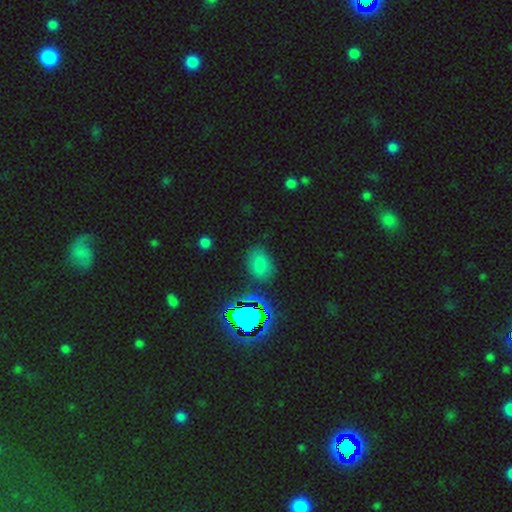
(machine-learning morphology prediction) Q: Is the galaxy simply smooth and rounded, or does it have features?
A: smooth — 56%.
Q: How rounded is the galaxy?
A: in between — 66%.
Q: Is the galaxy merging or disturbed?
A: none — 77%.